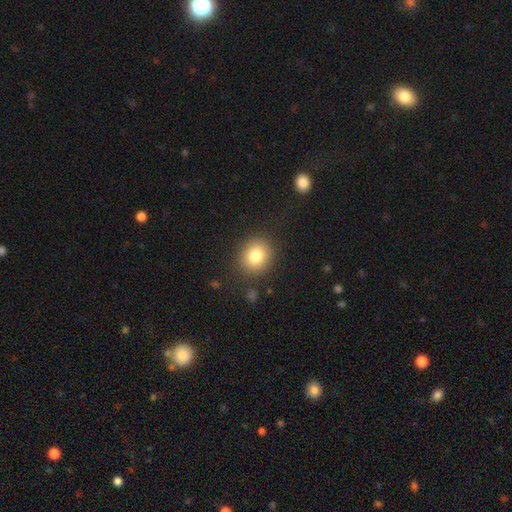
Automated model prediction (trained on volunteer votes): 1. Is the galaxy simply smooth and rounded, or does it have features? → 80% smooth, 10% star or artifact, 9% featured or disk.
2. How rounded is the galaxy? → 80% round, 19% in between, 1% cigar-shaped.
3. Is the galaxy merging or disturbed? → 87% none, 8% minor disturbance, 3% major disturbance, 2% merger.